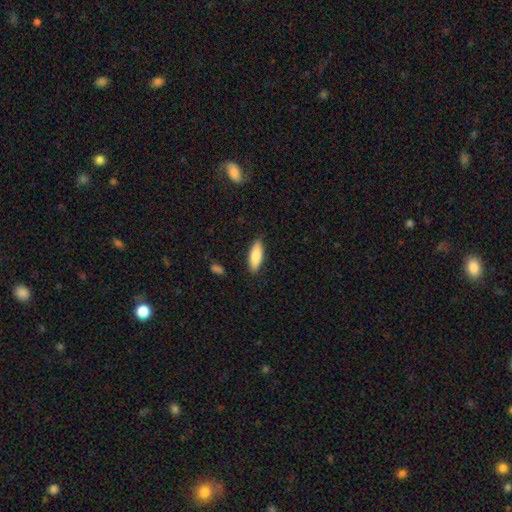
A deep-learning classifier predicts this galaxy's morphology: This appears to be a smooth galaxy with no disk features (81%) that is in between round and cigar-shaped (67%). Merging: none (86%).